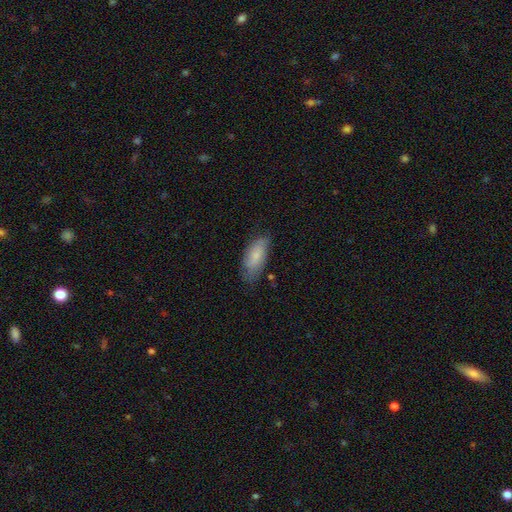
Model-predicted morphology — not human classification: A smooth galaxy with no disk features (69%) that is in between round and cigar-shaped (86%).

Vote fractions:
- Smooth or featured? smooth: 69% / featured or disk: 24% / star or artifact: 6%
- How rounded? in between: 86% / cigar-shaped: 11% / round: 2%
- Merging? none: 65% / minor disturbance: 27% / major disturbance: 6% / merger: 2%